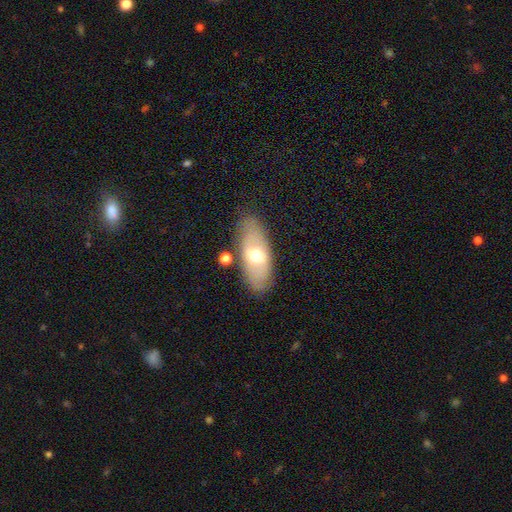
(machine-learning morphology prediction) Smooth or featured? smooth (52%)
How rounded? in between (85%)
Merging? none (78%)